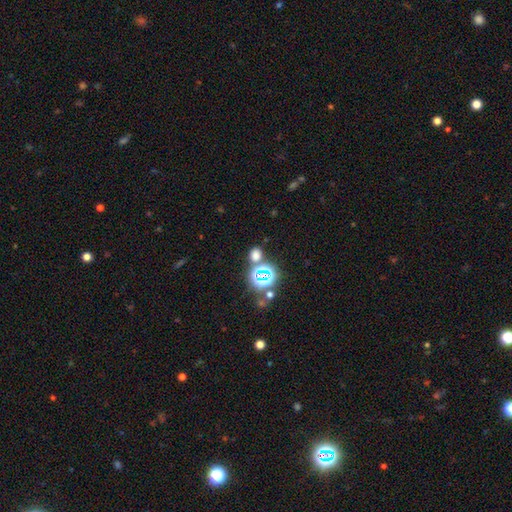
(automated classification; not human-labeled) Smooth or featured? smooth (61%)
How rounded? round (68%)
Merging? none (70%)